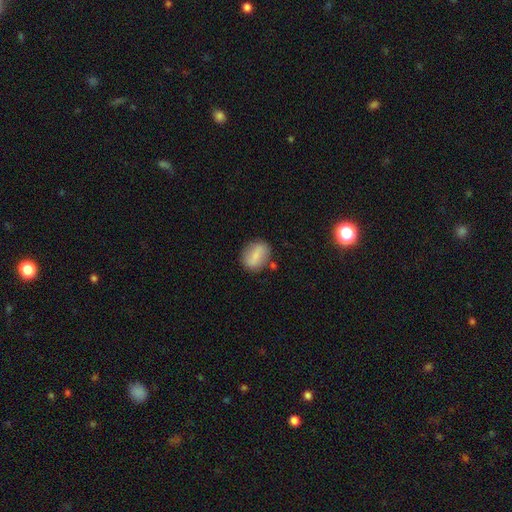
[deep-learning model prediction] A smooth galaxy with no disk features (67%) that is in between round and cigar-shaped (58%). Merging: none (77%).